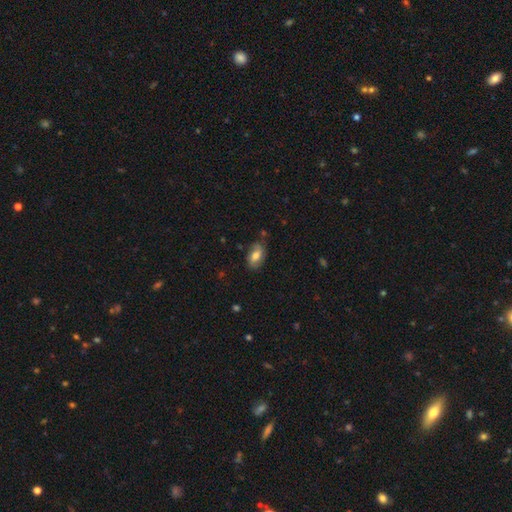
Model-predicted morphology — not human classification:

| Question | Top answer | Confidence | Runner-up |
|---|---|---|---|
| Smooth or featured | smooth | 65% | featured or disk (27%) |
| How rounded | in between | 90% | round (7%) |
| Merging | none | 75% | minor disturbance (19%) |